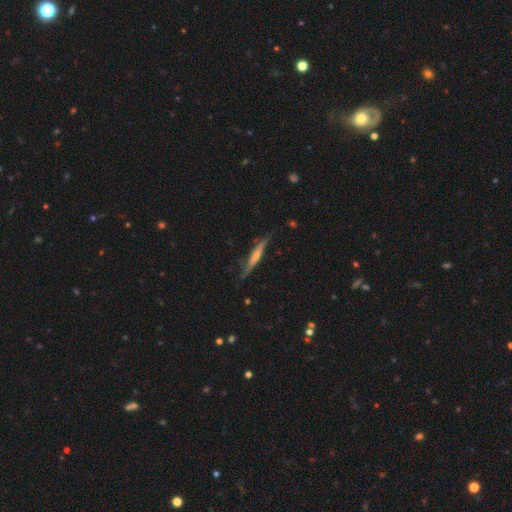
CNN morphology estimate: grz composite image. It shows a featured or disk galaxy (60%) viewed edge-on (93%) with a rounded central bulge (47%). Merging: none (78%).